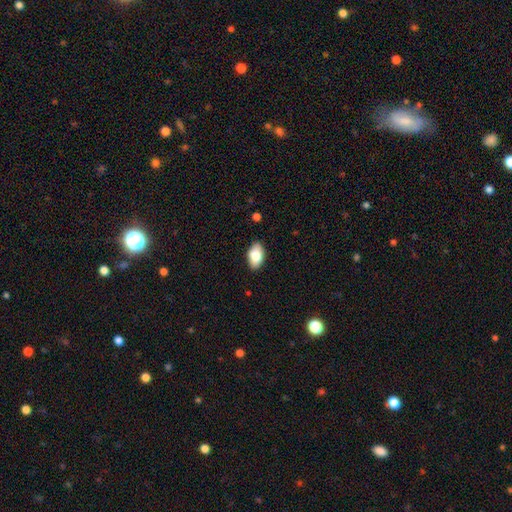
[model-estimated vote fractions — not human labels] smooth 80%, featured or disk 13%, star or artifact 7%. Down the decision tree: how rounded — in between (92%); merging — none (87%).